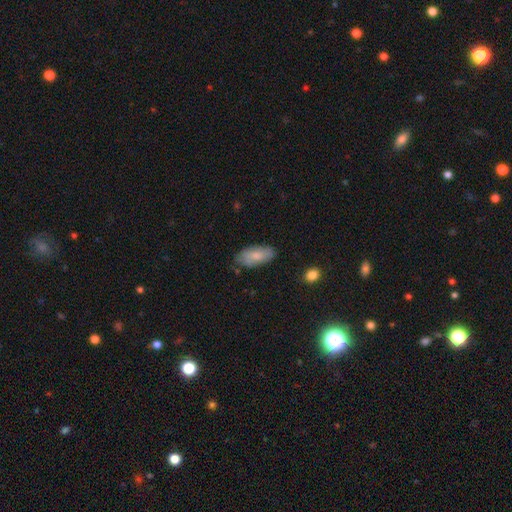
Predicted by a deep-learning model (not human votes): The model was most divided on "merging": none: 72%, minor disturbance: 22%, major disturbance: 4%, merger: 2%. More confident: how rounded — in between (91%); smooth or featured — smooth (75%).